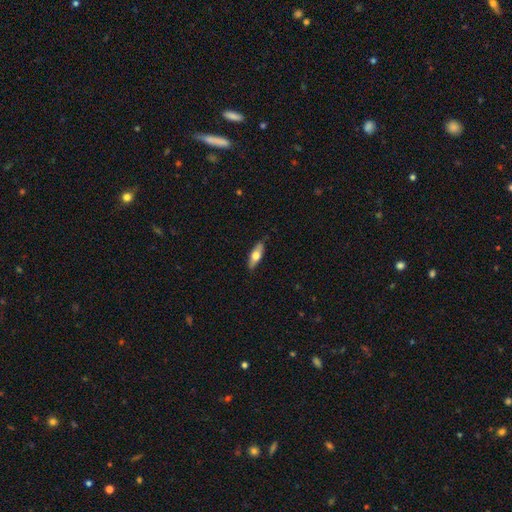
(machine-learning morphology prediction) Smooth or featured: smooth — 56% (featured or disk — 39%)
How rounded: in between — 58% (cigar-shaped — 39%)
Merging: none — 86% (minor disturbance — 11%)